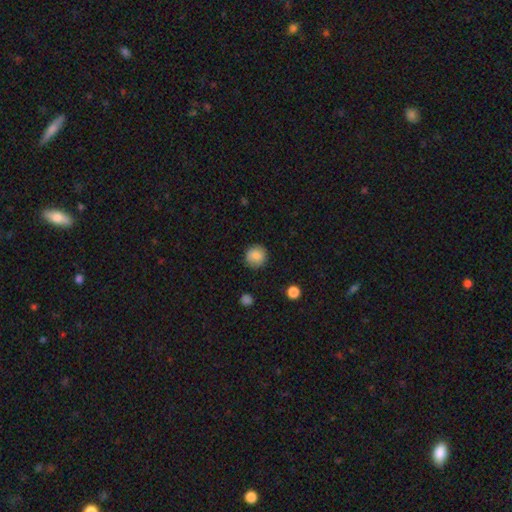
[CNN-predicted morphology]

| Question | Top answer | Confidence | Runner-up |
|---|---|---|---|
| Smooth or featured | smooth | 84% | star or artifact (9%) |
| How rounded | round | 93% | in between (6%) |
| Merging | none | 88% | minor disturbance (9%) |